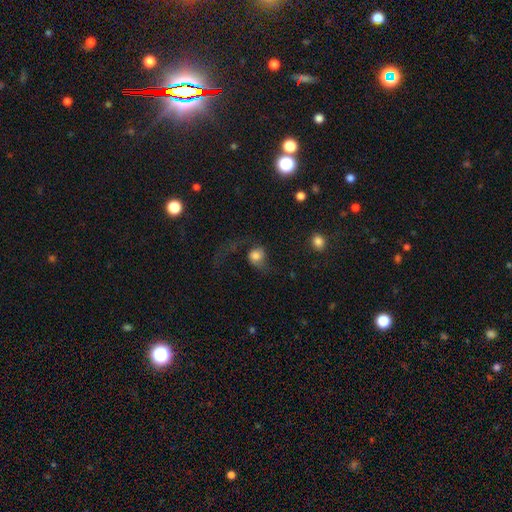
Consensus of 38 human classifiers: Morphology: type=smooth (53%); roundness=round (60%); merging=major disturbance (60%).